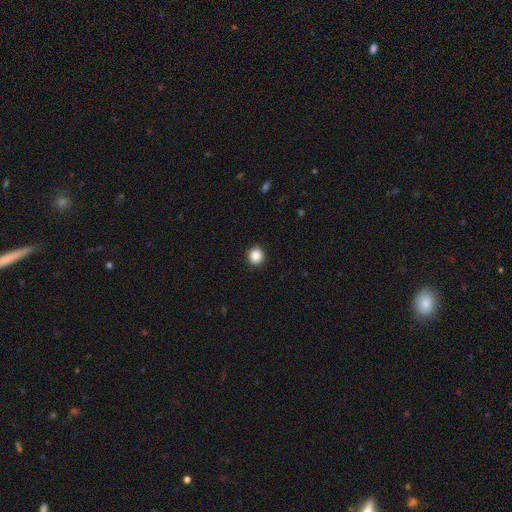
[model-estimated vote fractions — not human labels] A smooth galaxy with no disk features (88%) that is round (88%). Merging: none (92%).